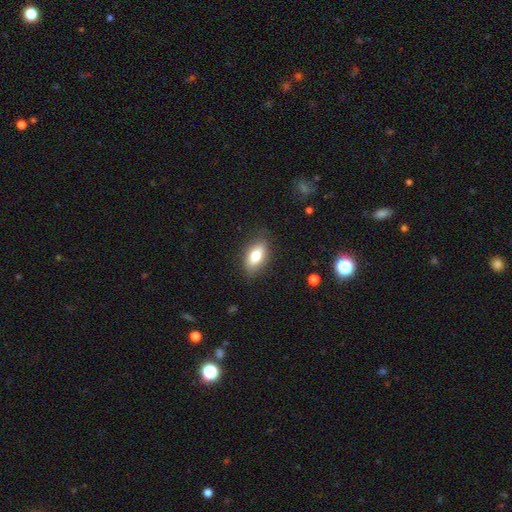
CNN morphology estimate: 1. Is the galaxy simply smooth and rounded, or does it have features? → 75% smooth, 18% featured or disk, 8% star or artifact.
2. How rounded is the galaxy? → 86% in between, 8% cigar-shaped, 6% round.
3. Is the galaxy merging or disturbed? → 83% none, 13% minor disturbance, 3% major disturbance, 1% merger.